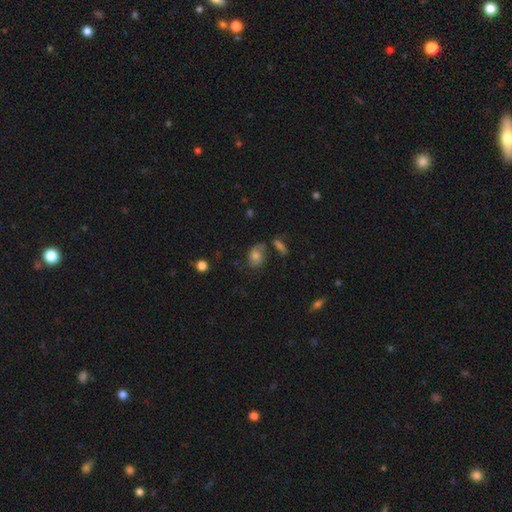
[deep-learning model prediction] This is possibly a smooth galaxy (57%). How rounded: likely in between (72%). Merging: possibly none (50%).